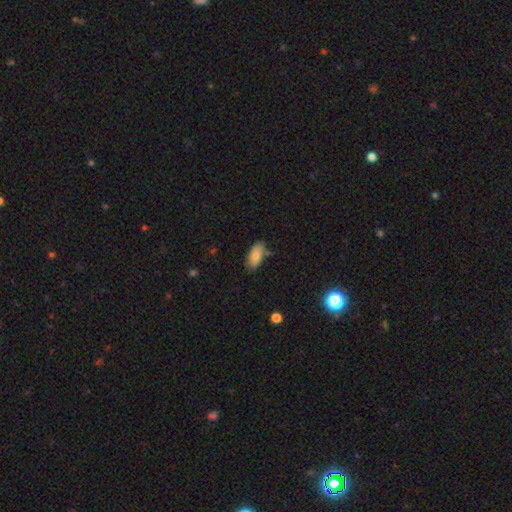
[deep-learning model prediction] smooth-or-featured: smooth: 84% | featured or disk: 9% | star or artifact: 7%
  how-rounded: in between: 88% | cigar-shaped: 10% | round: 2%
  merging: none: 71% | minor disturbance: 20% | merger: 5% | major disturbance: 4%